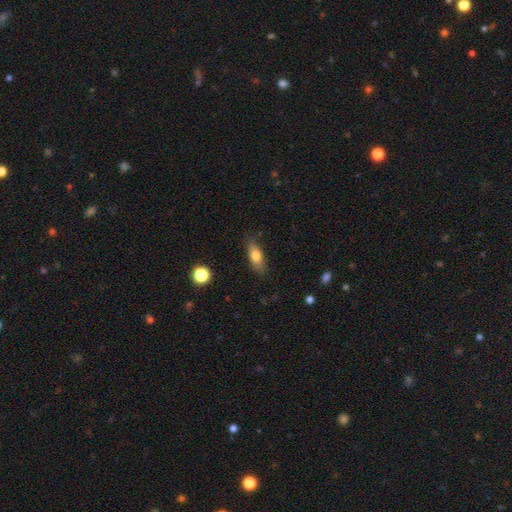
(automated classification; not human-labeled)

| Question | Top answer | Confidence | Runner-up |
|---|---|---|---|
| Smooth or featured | smooth | 75% | featured or disk (17%) |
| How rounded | in between | 74% | cigar-shaped (21%) |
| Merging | none | 83% | minor disturbance (13%) |